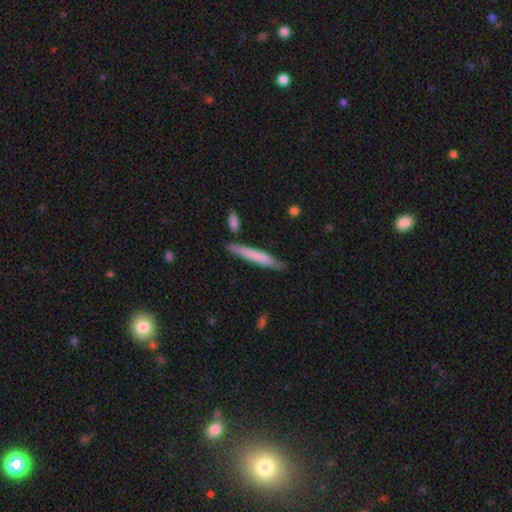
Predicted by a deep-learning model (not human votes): Overall: smooth (65%; featured or disk 30%). How rounded: cigar-shaped (94%). Merging: none (77%).